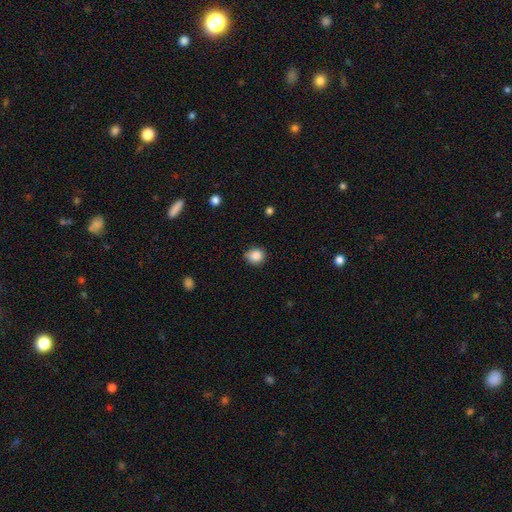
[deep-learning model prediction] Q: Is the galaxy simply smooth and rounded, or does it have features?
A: smooth — 86%.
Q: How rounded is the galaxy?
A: round — 84%.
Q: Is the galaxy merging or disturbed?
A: none — 81%.